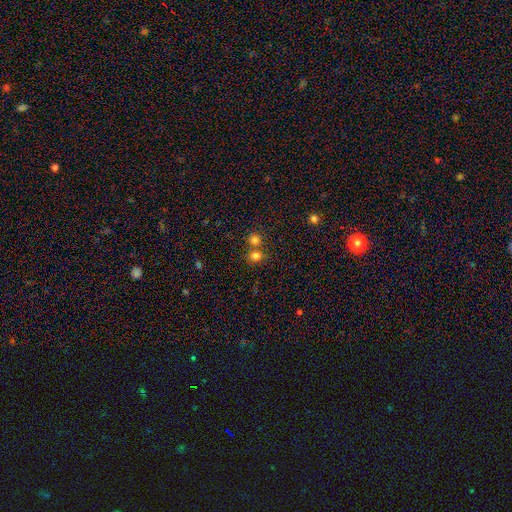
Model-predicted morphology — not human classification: The model was most divided on "merging": none: 55%, merger: 35%, minor disturbance: 7%, major disturbance: 3%. More confident: smooth or featured — smooth (78%); how rounded — round (78%).